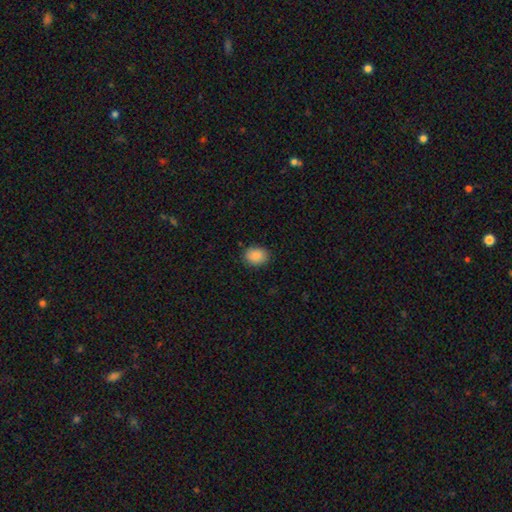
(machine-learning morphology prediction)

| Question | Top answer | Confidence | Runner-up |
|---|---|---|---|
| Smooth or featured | smooth | 89% | star or artifact (8%) |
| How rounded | in between | 60% | round (39%) |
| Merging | none | 86% | minor disturbance (11%) |